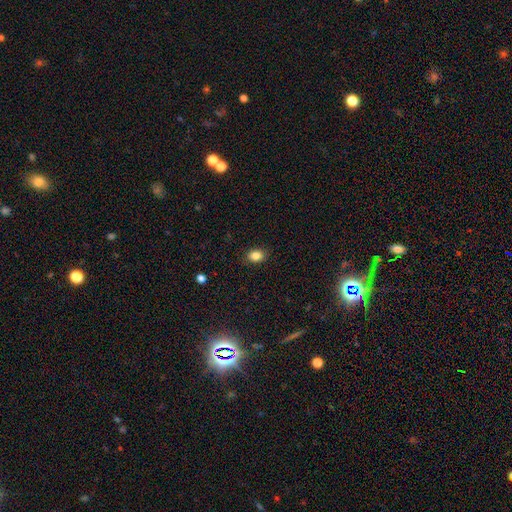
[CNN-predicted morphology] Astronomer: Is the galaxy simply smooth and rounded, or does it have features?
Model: smooth — 85%.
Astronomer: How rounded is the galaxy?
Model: in between — 70%.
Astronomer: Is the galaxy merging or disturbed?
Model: none — 88%.